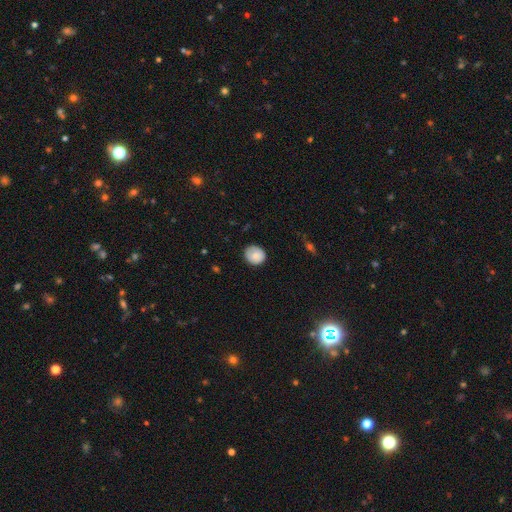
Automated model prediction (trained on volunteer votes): A smooth galaxy with no disk features (83%) that is round (77%). Merging: none (78%).